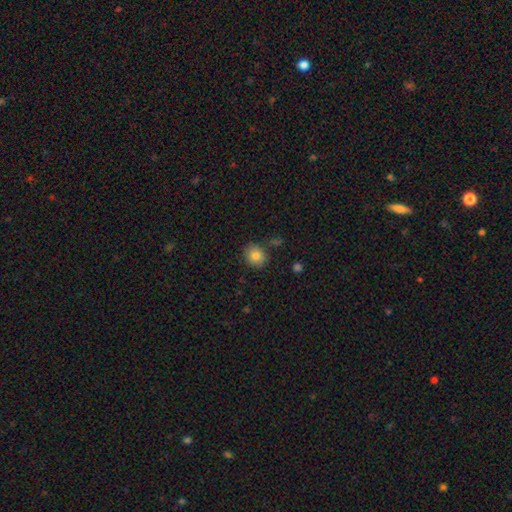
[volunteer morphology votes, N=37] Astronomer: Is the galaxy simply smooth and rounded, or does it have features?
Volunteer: smooth — 95%.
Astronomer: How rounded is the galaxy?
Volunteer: round — 86%.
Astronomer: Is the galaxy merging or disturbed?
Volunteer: none — 84%.